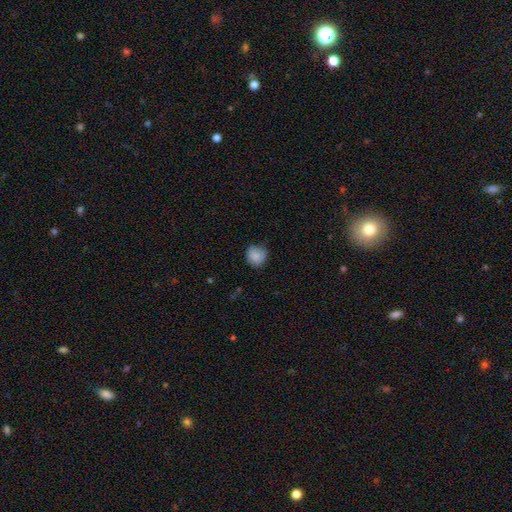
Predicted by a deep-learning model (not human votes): This is clearly a smooth galaxy (85%). How rounded: clearly round (86%). Merging: likely none (73%).